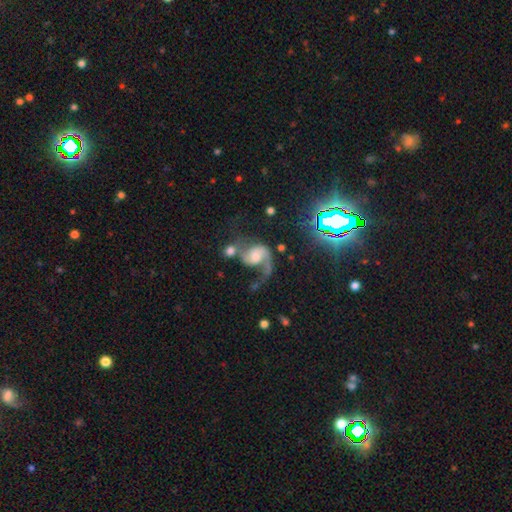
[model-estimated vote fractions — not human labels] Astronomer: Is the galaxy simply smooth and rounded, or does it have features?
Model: featured or disk — 79%.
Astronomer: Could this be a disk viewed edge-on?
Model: no — 98%.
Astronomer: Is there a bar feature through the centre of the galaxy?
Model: no — 57% (runner-up: weak, 34%).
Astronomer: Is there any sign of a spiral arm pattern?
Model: yes — 94%.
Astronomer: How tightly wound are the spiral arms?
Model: loose — 56% (runner-up: medium, 36%).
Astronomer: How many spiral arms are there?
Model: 2 — 58% (runner-up: 1, 37%).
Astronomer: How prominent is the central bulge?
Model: moderate — 46% (runner-up: small, 29%).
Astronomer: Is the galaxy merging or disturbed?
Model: none — 32% (runner-up: major disturbance, 28%).